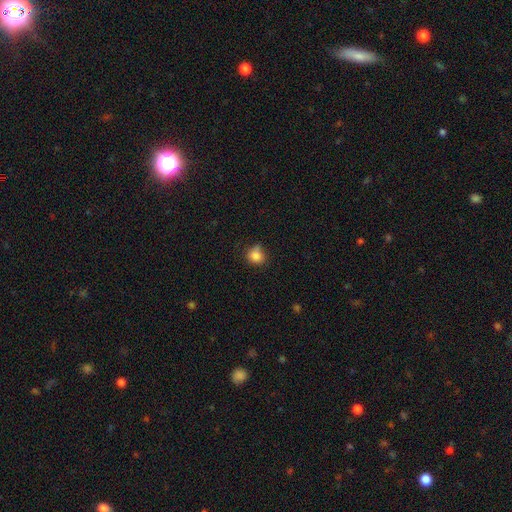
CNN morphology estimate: Smooth or featured? Predicted: smooth (p=0.84). How rounded? Predicted: round (p=0.78). Merging? Predicted: none (p=0.63).